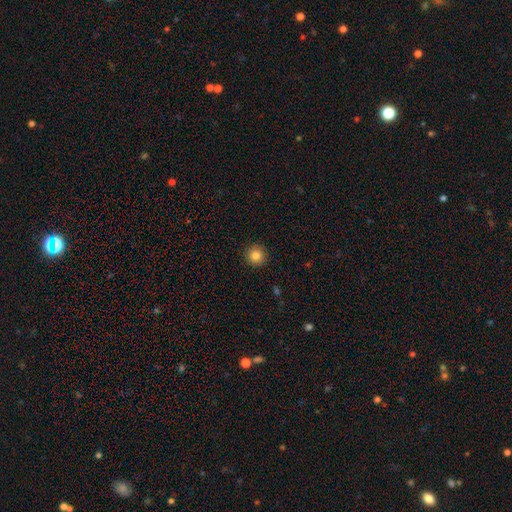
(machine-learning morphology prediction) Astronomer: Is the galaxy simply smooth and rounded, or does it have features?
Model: smooth — 85%.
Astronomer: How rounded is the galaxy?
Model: round — 95%.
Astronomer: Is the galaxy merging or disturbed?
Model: none — 92%.